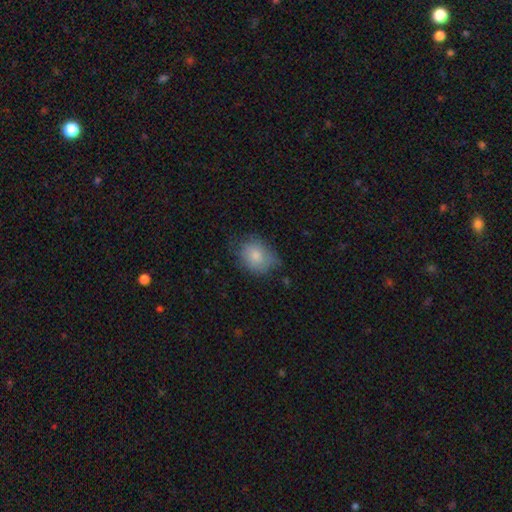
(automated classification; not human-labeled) smooth 79%, featured or disk 14%, star or artifact 7%. Down the decision tree: how rounded — in between (55%); merging — none (57%).